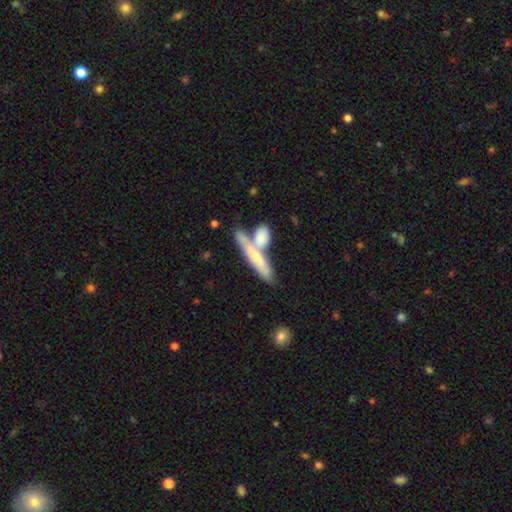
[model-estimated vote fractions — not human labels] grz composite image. It shows a smooth galaxy with no disk features (61%) that is cigar-shaped (79%). Merging: none (44%).